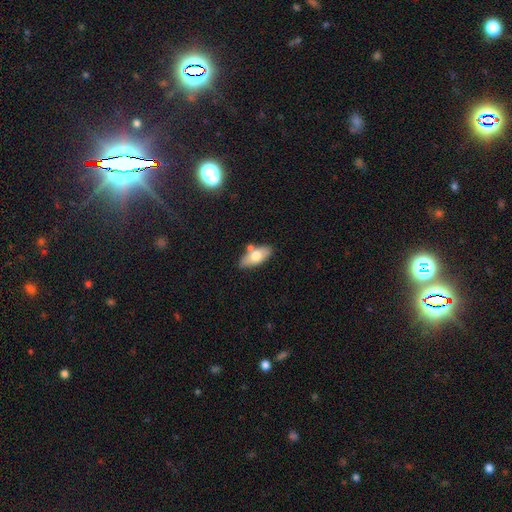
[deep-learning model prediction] Smooth or featured? smooth (68%)
How rounded? in between (87%)
Merging? none (70%)